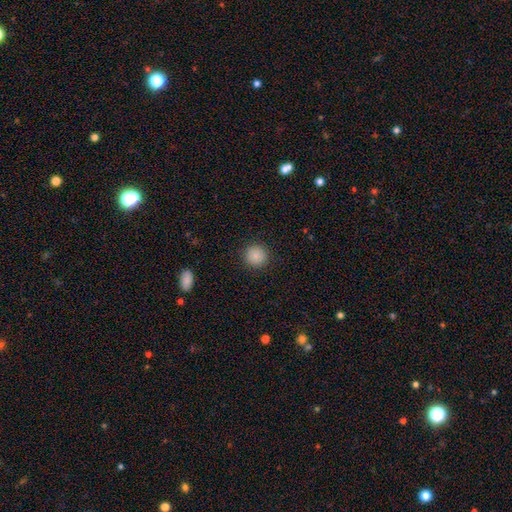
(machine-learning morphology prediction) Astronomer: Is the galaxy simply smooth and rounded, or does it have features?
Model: smooth — 87%.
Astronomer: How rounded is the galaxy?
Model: round — 94%.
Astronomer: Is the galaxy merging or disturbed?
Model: none — 92%.